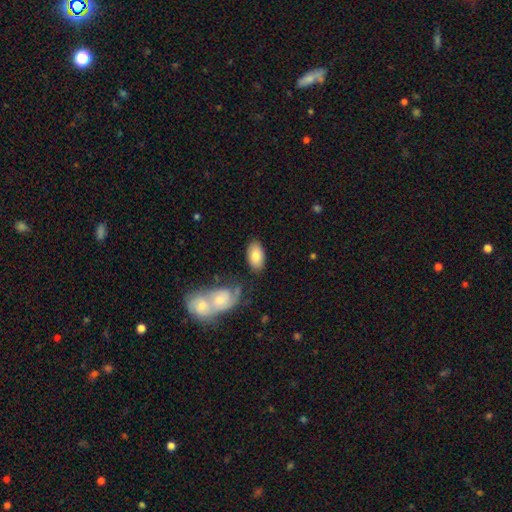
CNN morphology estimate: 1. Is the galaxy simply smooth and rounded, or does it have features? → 77% smooth, 17% featured or disk, 6% star or artifact.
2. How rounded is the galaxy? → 94% in between, 4% round, 2% cigar-shaped.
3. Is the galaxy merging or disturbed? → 76% none, 13% minor disturbance, 8% merger, 4% major disturbance.